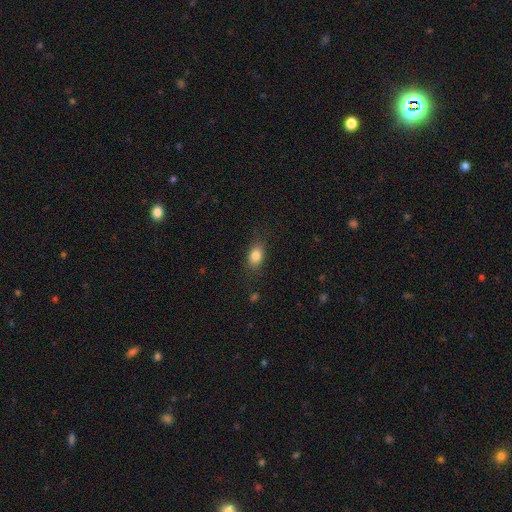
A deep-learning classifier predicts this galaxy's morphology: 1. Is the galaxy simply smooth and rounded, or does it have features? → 83% smooth, 9% star or artifact, 8% featured or disk.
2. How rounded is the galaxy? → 83% in between, 14% round, 3% cigar-shaped.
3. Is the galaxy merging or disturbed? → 83% none, 13% minor disturbance, 4% major disturbance, 1% merger.